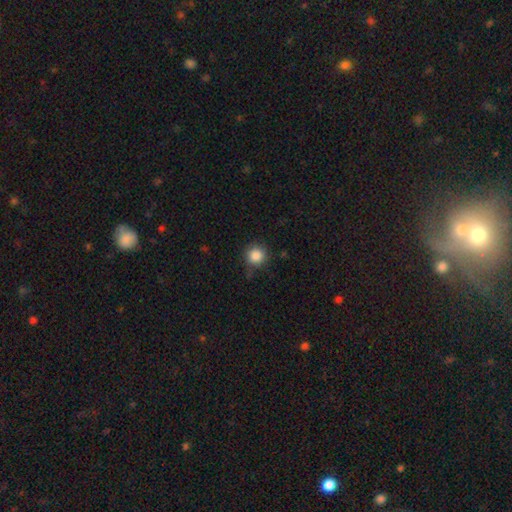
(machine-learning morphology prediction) Smooth or featured? smooth (87%)
How rounded? round (93%)
Merging? none (81%)